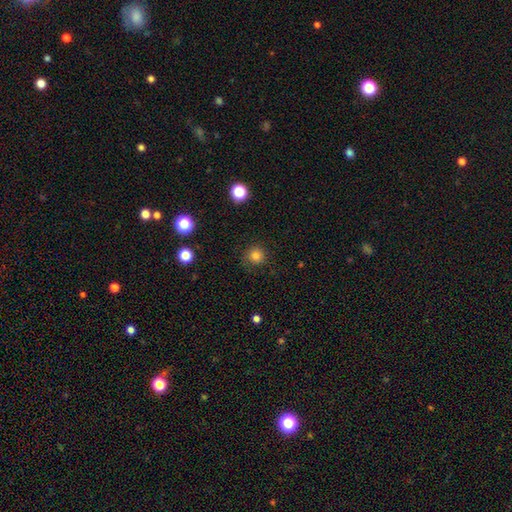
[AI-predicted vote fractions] A smooth galaxy with no disk features (82%) that is round (93%).

Vote fractions:
- Smooth or featured? smooth: 82% / star or artifact: 13% / featured or disk: 5%
- How rounded? round: 93% / in between: 6% / cigar-shaped: 1%
- Merging? none: 84% / minor disturbance: 11% / major disturbance: 3% / merger: 1%